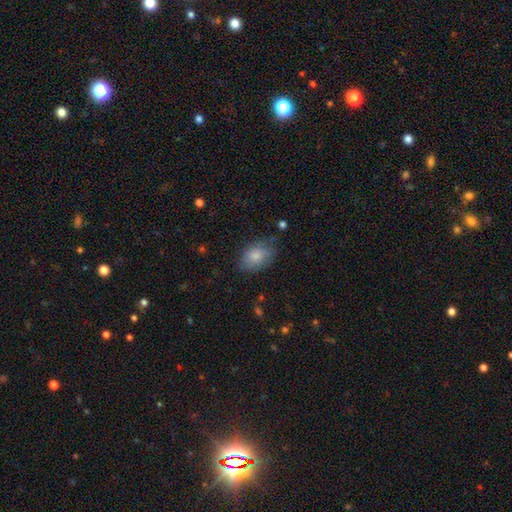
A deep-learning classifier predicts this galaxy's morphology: smooth-or-featured: smooth: 82% | featured or disk: 11% | star or artifact: 7%
  how-rounded: in between: 83% | round: 16% | cigar-shaped: 1%
  merging: none: 67% | minor disturbance: 24% | major disturbance: 7% | merger: 2%